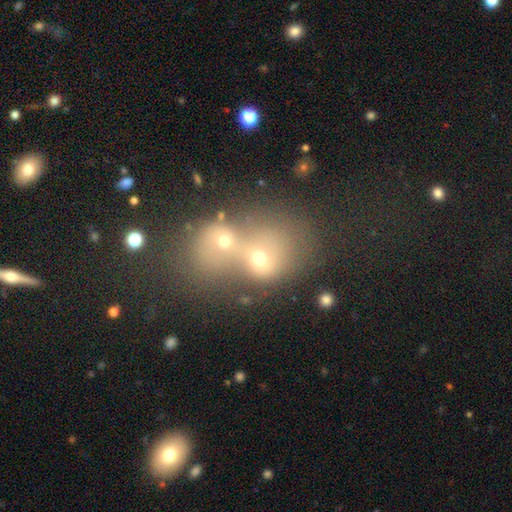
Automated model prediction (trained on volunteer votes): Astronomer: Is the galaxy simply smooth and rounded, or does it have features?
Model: smooth — 57%.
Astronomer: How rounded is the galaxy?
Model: round — 65%.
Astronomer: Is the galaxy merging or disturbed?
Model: merger — 81%.